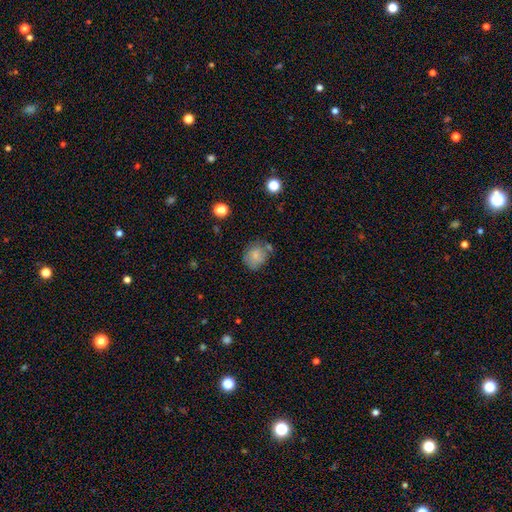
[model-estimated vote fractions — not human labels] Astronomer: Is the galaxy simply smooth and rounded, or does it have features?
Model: smooth — 74%.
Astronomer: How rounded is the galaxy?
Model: round — 61% (runner-up: in between, 38%).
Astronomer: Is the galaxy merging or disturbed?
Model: none — 58%.